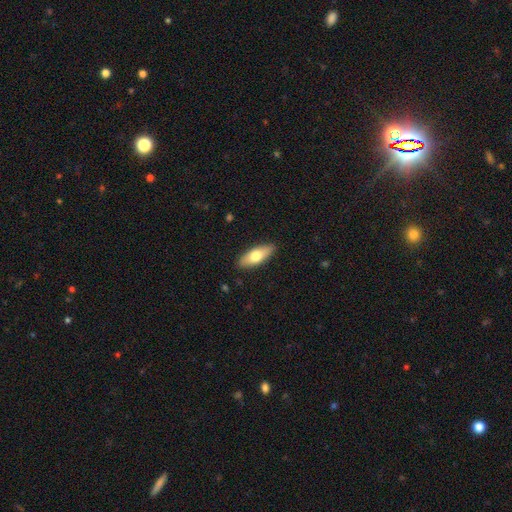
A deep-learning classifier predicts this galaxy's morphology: Smooth or featured: smooth — 68% (featured or disk — 27%)
How rounded: in between — 72% (cigar-shaped — 25%)
Merging: none — 89% (minor disturbance — 8%)